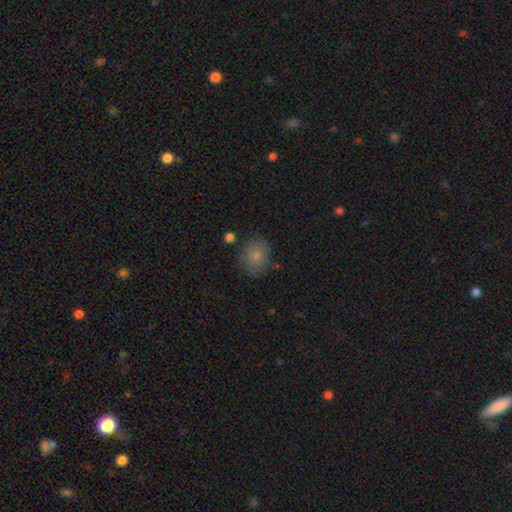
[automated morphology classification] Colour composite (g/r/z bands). It shows a smooth galaxy with no disk features (79%) that is round (56%). Merging: none (74%).